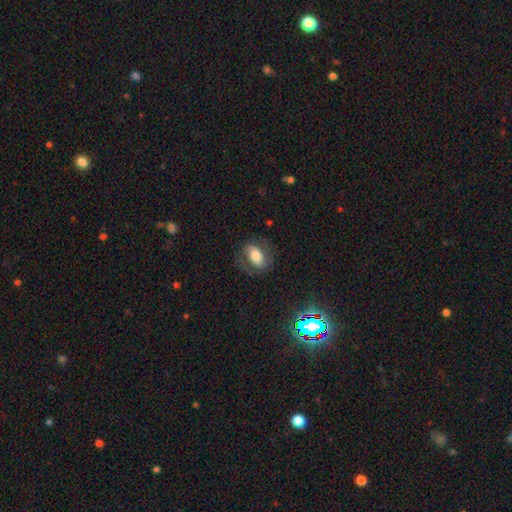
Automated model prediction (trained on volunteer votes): Q: Smooth or featured?
A: smooth (49%); runner-up: featured or disk (42%)
Q: Merging?
A: none (69%); runner-up: minor disturbance (18%)